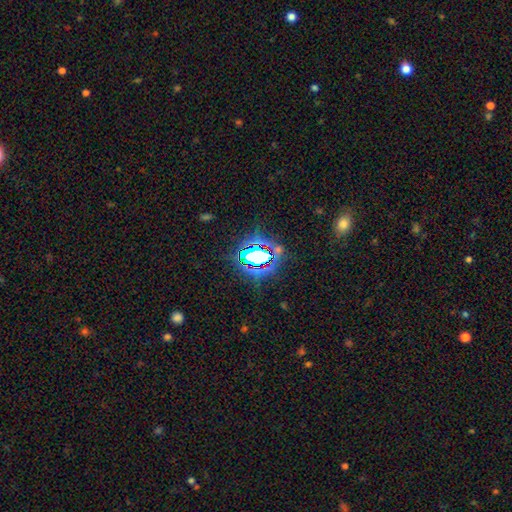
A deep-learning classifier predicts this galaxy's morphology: Q: Smooth or featured?
A: star or artifact (67%); runner-up: smooth (21%)